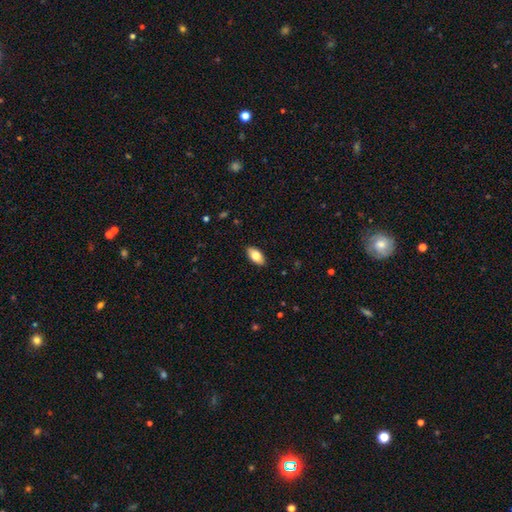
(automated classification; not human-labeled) Smooth or featured?
  - smooth: 78% *
  - featured or disk: 15%
  - star or artifact: 7%
How rounded?
  - in between: 92% *
  - cigar-shaped: 5%
  - round: 3%
Merging?
  - none: 89% *
  - minor disturbance: 8%
  - major disturbance: 2%
  - merger: 1%